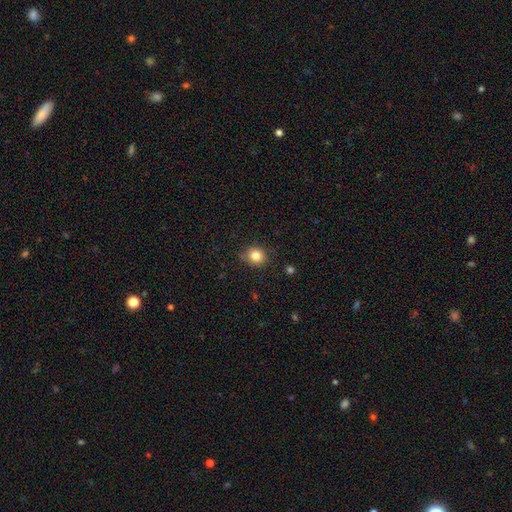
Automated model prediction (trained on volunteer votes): A smooth galaxy with no disk features (82%) that is round (82%). Merging: none (82%).